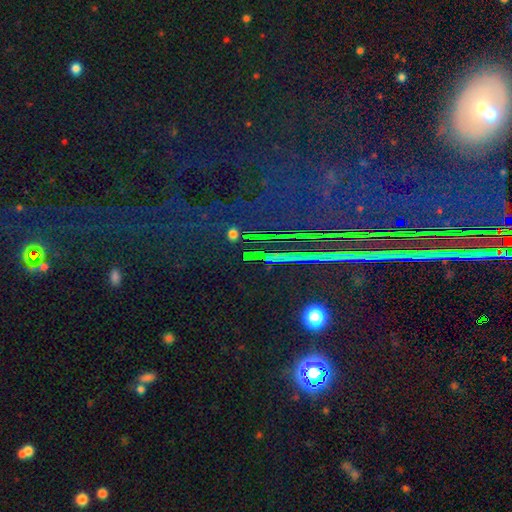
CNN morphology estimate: Smooth or featured: star or artifact — 79% (smooth — 12%)